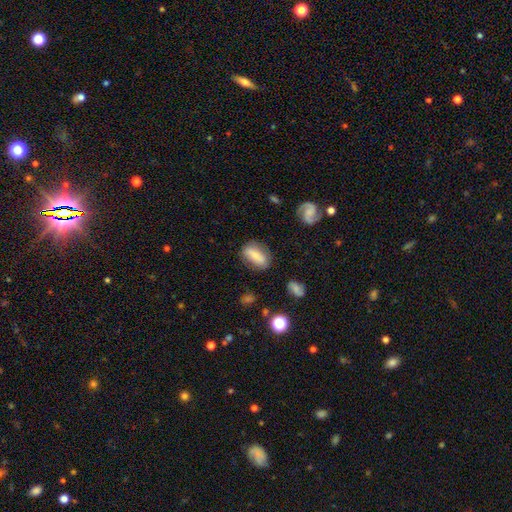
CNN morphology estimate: Q: Smooth or featured?
A: smooth (73%); runner-up: featured or disk (19%)
Q: How rounded?
A: in between (76%); runner-up: cigar-shaped (18%)
Q: Merging?
A: none (77%); runner-up: minor disturbance (16%)